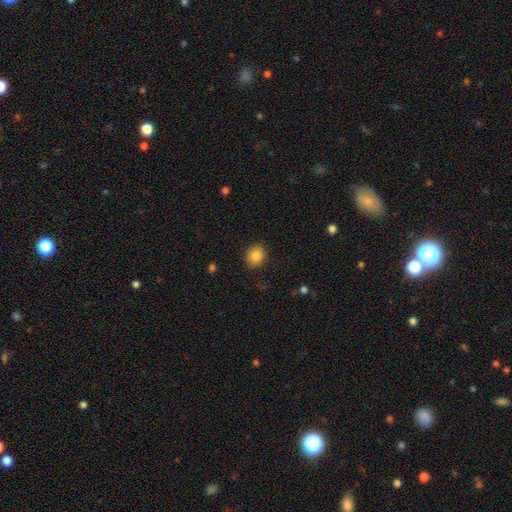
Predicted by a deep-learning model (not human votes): Smooth or featured?
  - smooth: 85% *
  - star or artifact: 9%
  - featured or disk: 6%
How rounded?
  - round: 65% *
  - in between: 34%
  - cigar-shaped: 1%
Merging?
  - none: 89% *
  - minor disturbance: 8%
  - major disturbance: 2%
  - merger: 1%